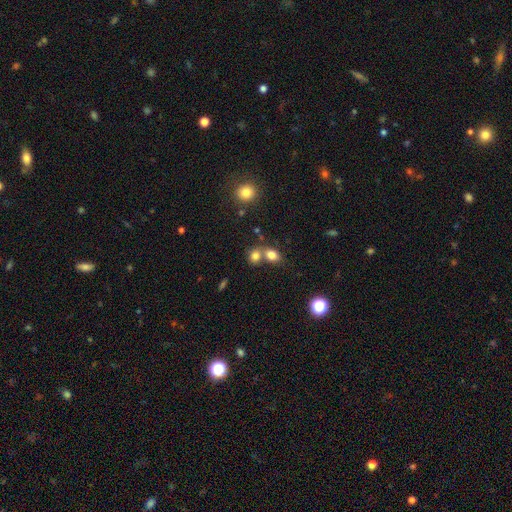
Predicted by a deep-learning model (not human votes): Smooth or featured? smooth (79%)
How rounded? round (58%)
Merging? merger (45%)